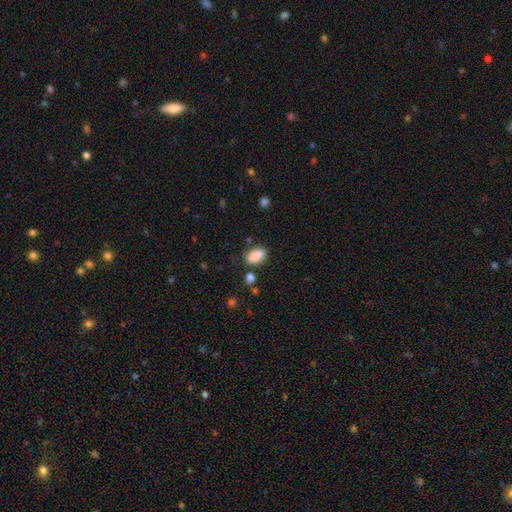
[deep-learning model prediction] This is clearly a smooth galaxy (88%). How rounded: clearly in between (90%). Merging: likely none (77%).